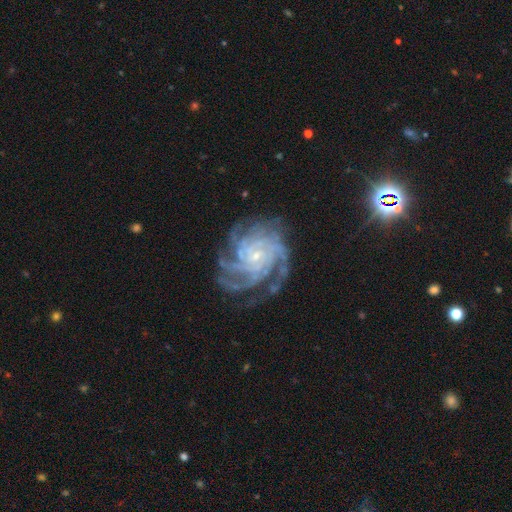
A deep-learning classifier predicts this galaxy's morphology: Smooth or featured?
  - featured or disk: 90% *
  - star or artifact: 6%
  - smooth: 4%
Edge-on disk?
  - no: 98% *
  - yes: 2%
Bar?
  - no: 70% *
  - weak: 23%
  - strong: 7%
Spiral arms?
  - yes: 98% *
  - no: 2%
Spiral winding?
  - tight: 70% *
  - medium: 26%
  - loose: 4%
Spiral arm count?
  - 4: 32% *
  - more than 4: 31%
  - can't tell: 12%
  - 3: 11%
  - 2: 7%
  - 1: 6%
Bulge size?
  - small: 82% *
  - moderate: 13%
  - none: 3%
  - large: 1%
  - dominant: 1%
Merging?
  - none: 73% *
  - minor disturbance: 17%
  - major disturbance: 8%
  - merger: 2%